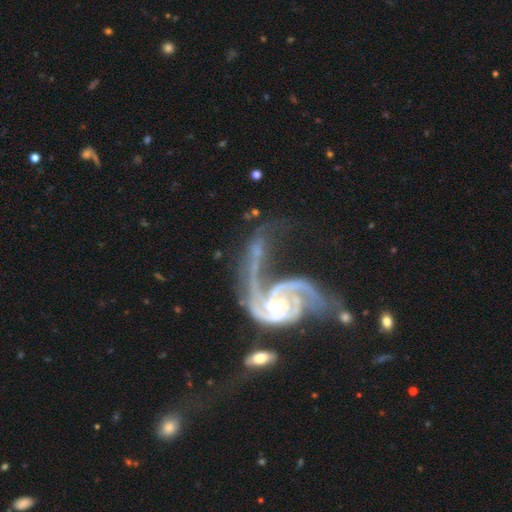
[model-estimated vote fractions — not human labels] Morphology: type=featured or disk (90%); edge-on=no (97%); bar=no (54%); spiral arms=yes (96%); winding=medium (45%); arm count=2 (61%); bulge=small (58%); merging=merger (35%).